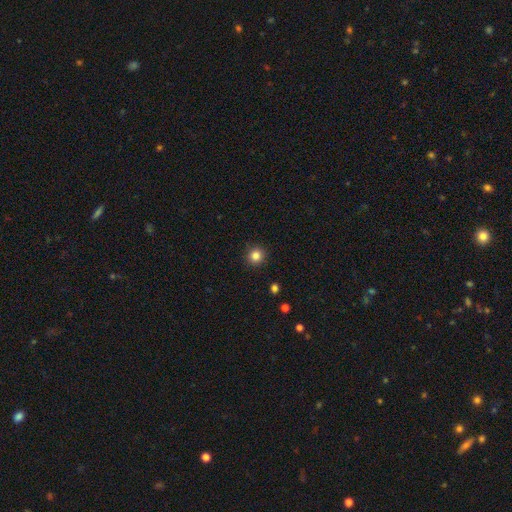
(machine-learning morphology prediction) smooth-or-featured: smooth: 84% | star or artifact: 12% | featured or disk: 5%
  how-rounded: round: 94% | in between: 5% | cigar-shaped: 1%
  merging: none: 92% | minor disturbance: 6% | major disturbance: 2% | merger: 1%